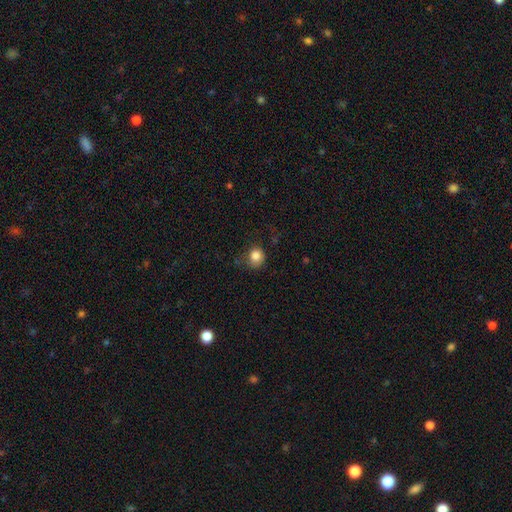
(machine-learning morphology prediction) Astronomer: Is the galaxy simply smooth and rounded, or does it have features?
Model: smooth — 84%.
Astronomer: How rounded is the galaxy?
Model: round — 82%.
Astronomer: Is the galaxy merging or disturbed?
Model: none — 68%.